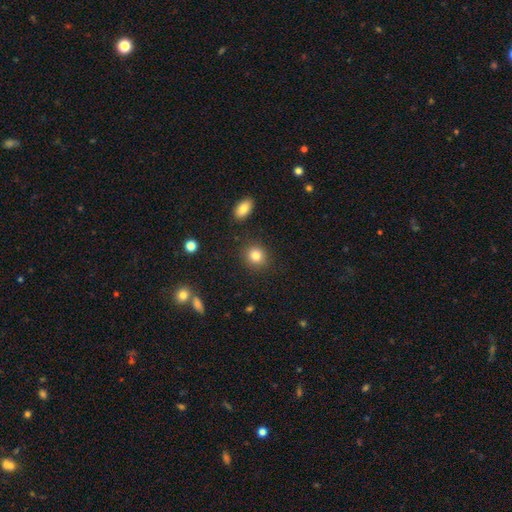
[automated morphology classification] Overall: smooth (83%). How rounded: round (82%). Merging: none (88%).